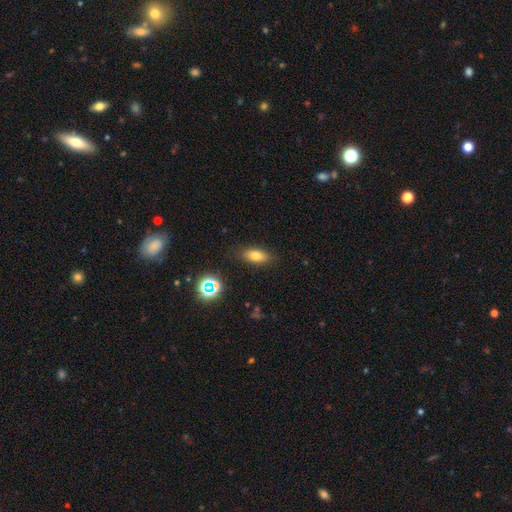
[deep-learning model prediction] smooth_or_featured: smooth (p=0.75) [alt: featured or disk p=0.13]
how_rounded: in between (p=0.83) [alt: cigar-shaped p=0.09]
merging: none (p=0.85) [alt: minor disturbance p=0.11]